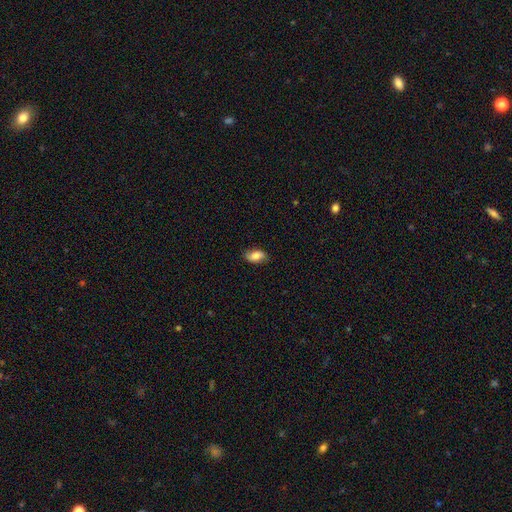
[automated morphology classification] Smooth or featured? Predicted: smooth (p=0.80). How rounded? Predicted: in between (p=0.91). Merging? Predicted: none (p=0.81).